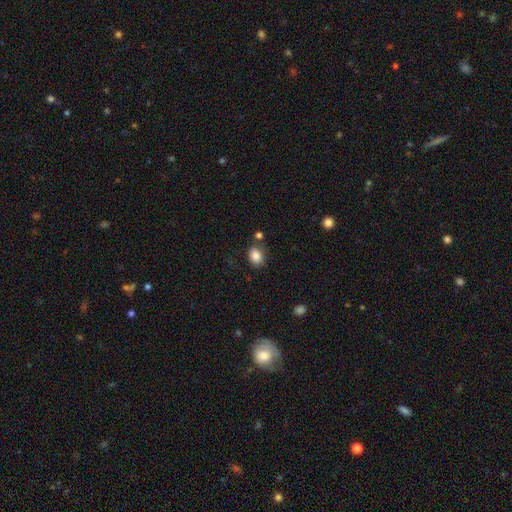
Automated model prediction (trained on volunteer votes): A smooth galaxy with no disk features (86%) that is in between round and cigar-shaped (65%).

Vote fractions:
- Smooth or featured? smooth: 86% / star or artifact: 9% / featured or disk: 5%
- How rounded? in between: 65% / round: 34% / cigar-shaped: 1%
- Merging? none: 76% / minor disturbance: 13% / merger: 8% / major disturbance: 4%